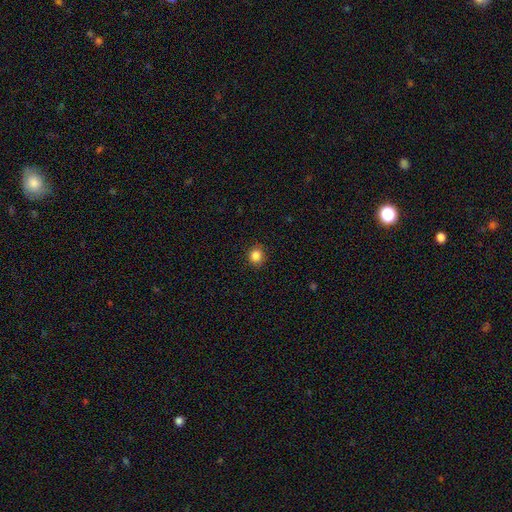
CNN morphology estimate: Smooth or featured? smooth (85%)
How rounded? round (87%)
Merging? none (90%)